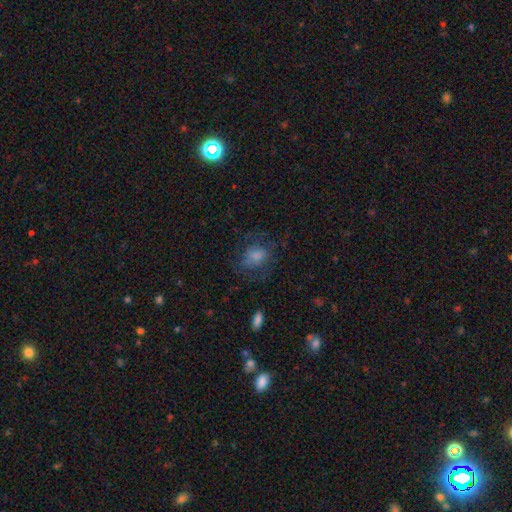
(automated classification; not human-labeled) This is possibly a smooth galaxy (53%). How rounded: possibly in between (55%). Merging: likely none (60%).